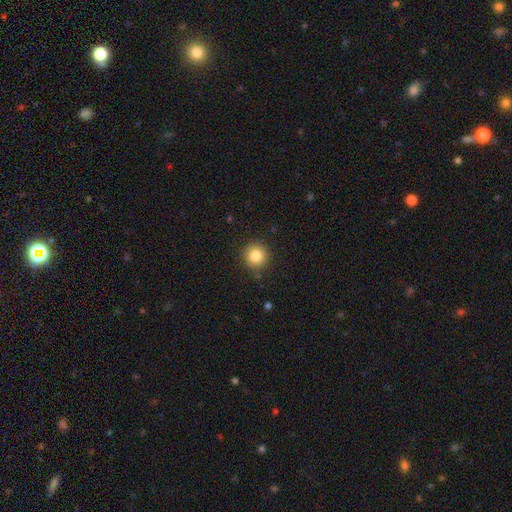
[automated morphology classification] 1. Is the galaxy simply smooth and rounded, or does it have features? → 83% smooth, 11% star or artifact, 6% featured or disk.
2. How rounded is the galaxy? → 93% round, 6% in between, 1% cigar-shaped.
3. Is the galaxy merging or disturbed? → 88% none, 8% minor disturbance, 2% major disturbance, 1% merger.